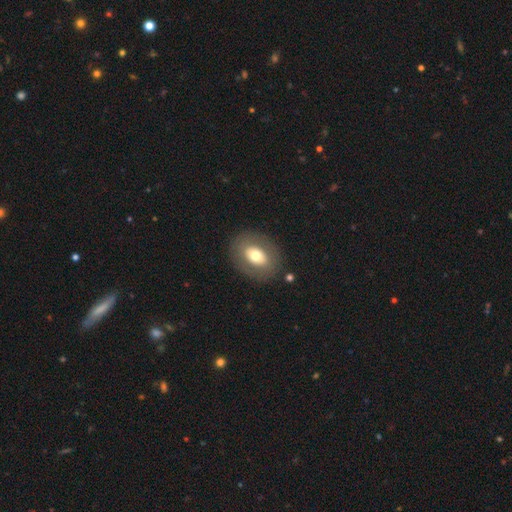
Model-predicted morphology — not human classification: This is possibly a smooth galaxy (59%). How rounded: likely in between (66%). Merging: clearly none (83%).